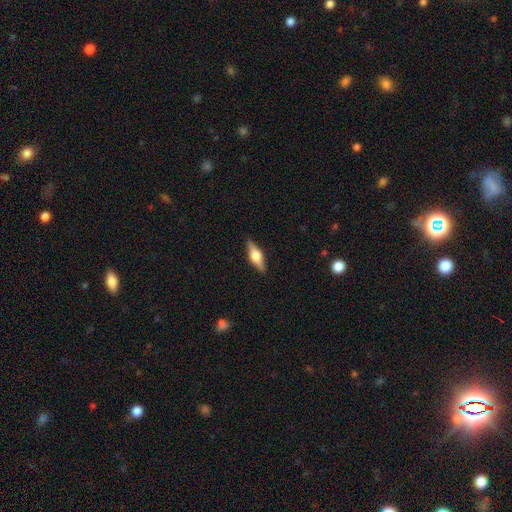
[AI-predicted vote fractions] A featured or disk galaxy (58%) viewed edge-on (95%) with a rounded central bulge (92%).

Vote fractions:
- Smooth or featured? featured or disk: 58% / smooth: 35% / star or artifact: 7%
- Edge-on disk? yes: 95% / no: 5%
- Edge-on bulge? rounded: 92% / boxy: 7% / none: 2%
- Merging? none: 88% / minor disturbance: 9% / major disturbance: 2% / merger: 1%